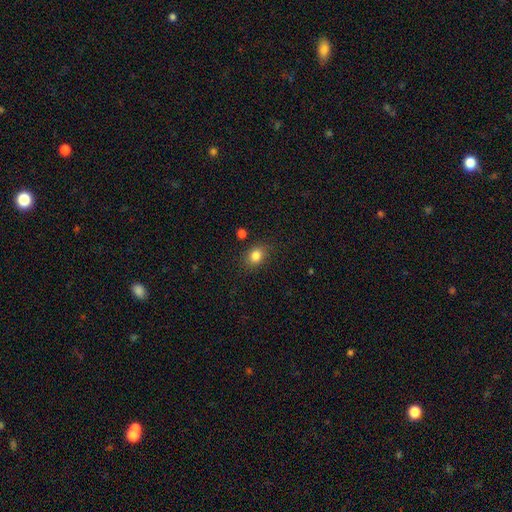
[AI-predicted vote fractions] smooth 83%, star or artifact 11%, featured or disk 6%. Down the decision tree: how rounded — in between (55%); merging — none (82%).